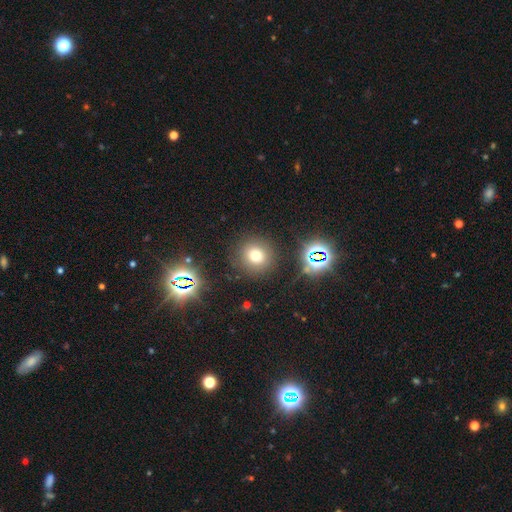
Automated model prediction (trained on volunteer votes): This is likely a smooth galaxy (68%). How rounded: clearly round (92%). Merging: clearly none (86%).